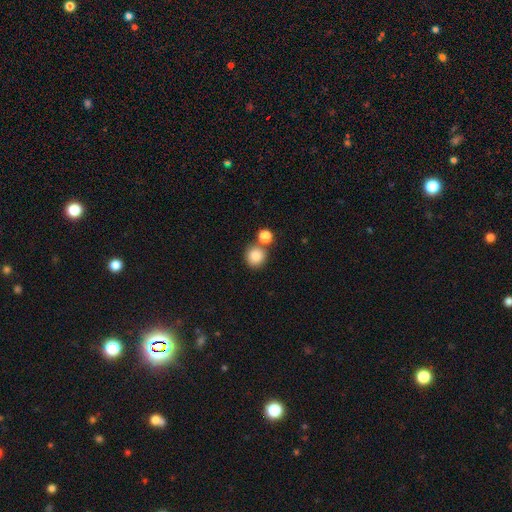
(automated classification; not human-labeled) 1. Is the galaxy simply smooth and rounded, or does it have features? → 85% smooth, 9% star or artifact, 5% featured or disk.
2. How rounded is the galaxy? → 90% round, 9% in between, 1% cigar-shaped.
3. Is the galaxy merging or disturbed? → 65% none, 24% merger, 9% minor disturbance, 3% major disturbance.